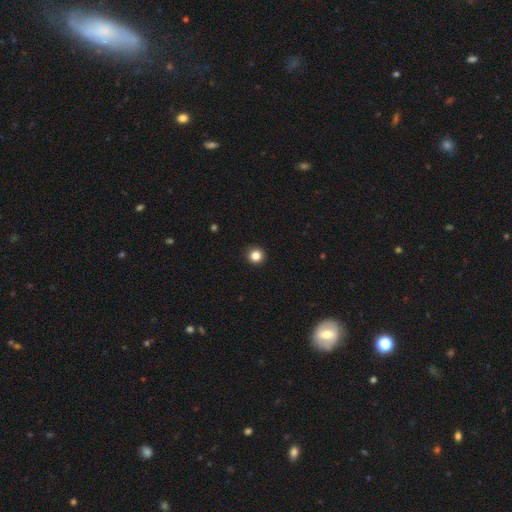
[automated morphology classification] type=smooth (84%); roundness=round (95%); merging=none (93%).